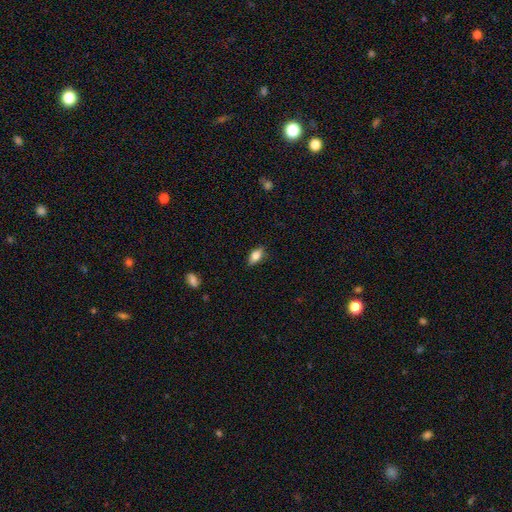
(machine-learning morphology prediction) smooth-or-featured: smooth: 75% | featured or disk: 16% | star or artifact: 8%
  how-rounded: in between: 85% | cigar-shaped: 9% | round: 6%
  merging: none: 82% | minor disturbance: 14% | major disturbance: 3% | merger: 1%